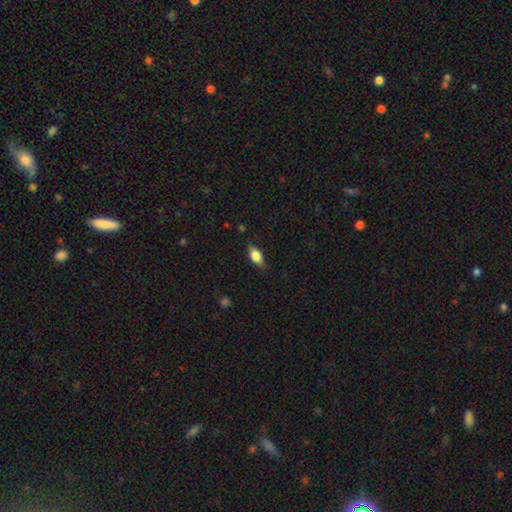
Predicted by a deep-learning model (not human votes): Overall: smooth (76%). How rounded: in between (85%). Merging: none (79%).